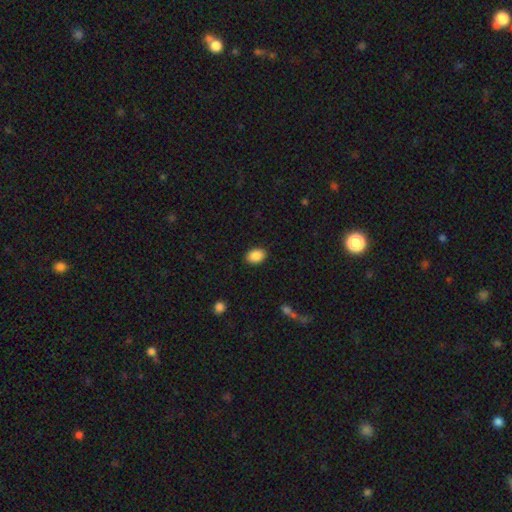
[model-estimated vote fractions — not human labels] smooth 89%, star or artifact 8%, featured or disk 3%. Down the decision tree: how rounded — in between (80%); merging — none (88%).